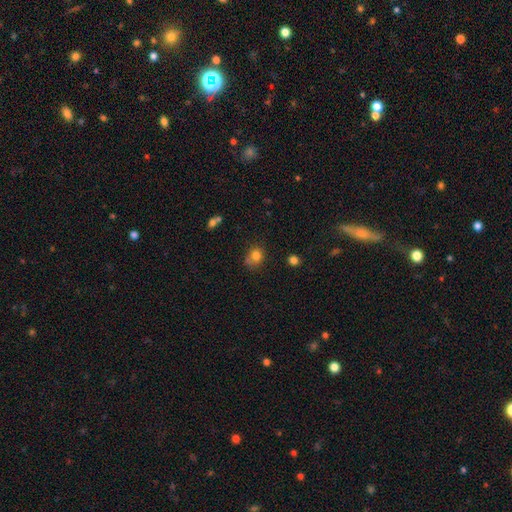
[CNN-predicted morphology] Smooth or featured?
  - smooth: 80% *
  - star or artifact: 12%
  - featured or disk: 8%
How rounded?
  - round: 61% *
  - in between: 38%
  - cigar-shaped: 1%
Merging?
  - none: 60% *
  - minor disturbance: 27%
  - major disturbance: 8%
  - merger: 6%